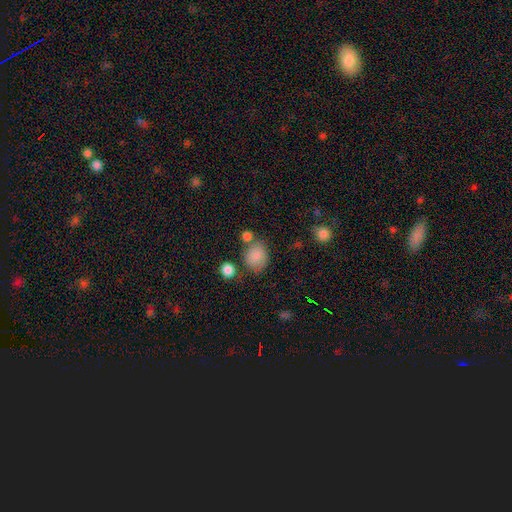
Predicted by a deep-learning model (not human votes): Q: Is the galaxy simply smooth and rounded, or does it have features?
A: smooth — 84%.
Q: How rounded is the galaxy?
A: round — 57%.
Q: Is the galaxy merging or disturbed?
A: none — 64%.